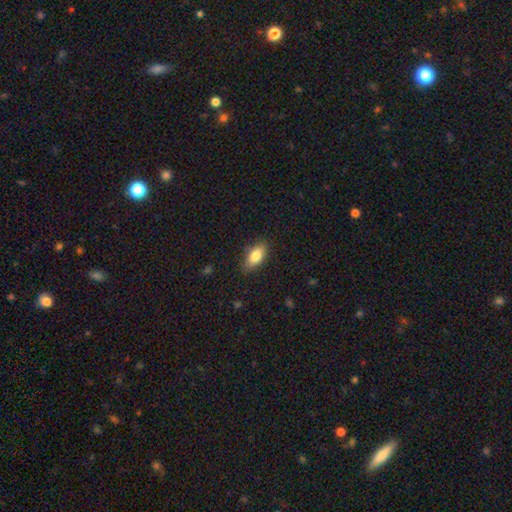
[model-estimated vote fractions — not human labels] The model was most divided on "merging": none: 81%, minor disturbance: 15%, major disturbance: 3%, merger: 1%. More confident: how rounded — in between (87%); smooth or featured — smooth (82%).